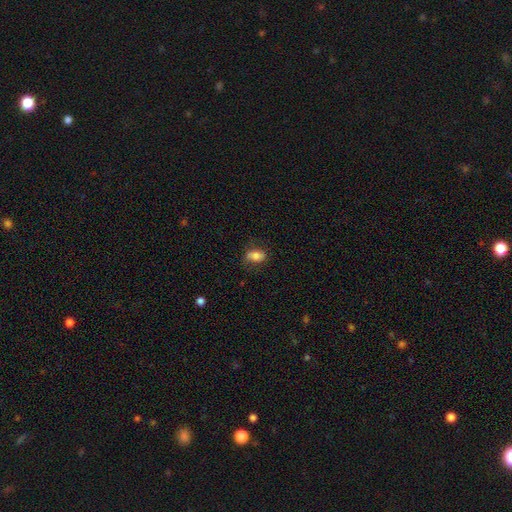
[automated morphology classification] smooth_or_featured: smooth (p=0.77) [alt: featured or disk p=0.15]
how_rounded: in between (p=0.86) [alt: round p=0.12]
merging: none (p=0.68) [alt: minor disturbance p=0.22]